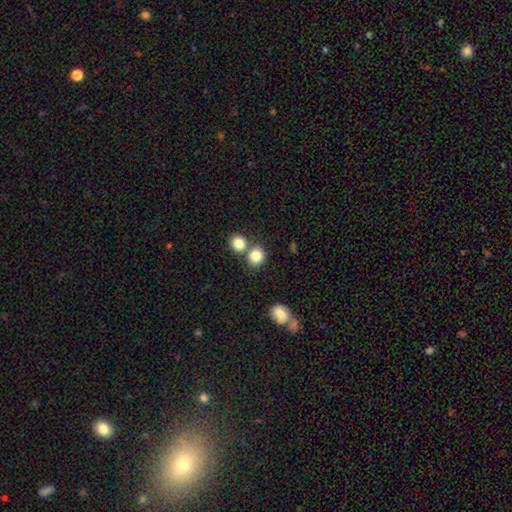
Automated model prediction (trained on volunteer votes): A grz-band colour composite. It shows a smooth galaxy with no disk features (83%) that is round (81%). Merging: none (58%).